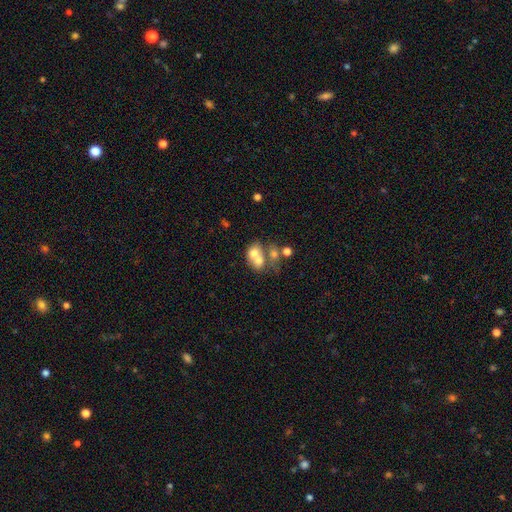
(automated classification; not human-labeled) Smooth or featured? Predicted: smooth (p=0.61). How rounded? Predicted: in between (p=0.55). Merging? Predicted: merger (p=0.66).